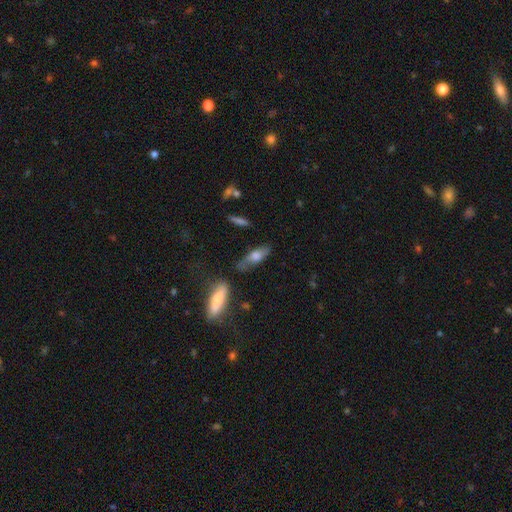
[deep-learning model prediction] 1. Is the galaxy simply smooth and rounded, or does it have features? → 55% smooth, 37% featured or disk, 8% star or artifact.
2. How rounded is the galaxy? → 53% in between, 44% cigar-shaped, 4% round.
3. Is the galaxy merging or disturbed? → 66% none, 21% minor disturbance, 7% merger, 7% major disturbance.